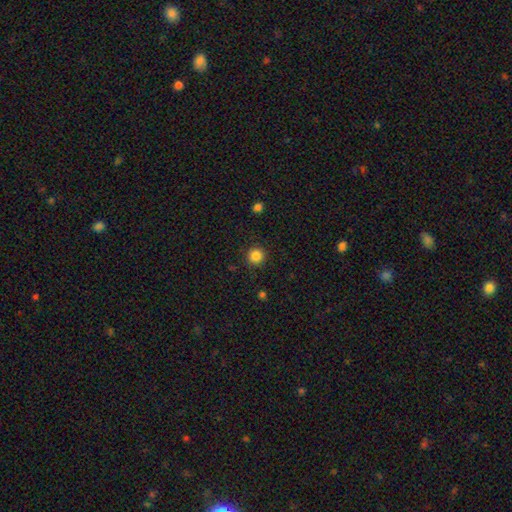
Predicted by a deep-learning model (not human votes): Smooth or featured?
  - smooth: 85% *
  - star or artifact: 11%
  - featured or disk: 4%
How rounded?
  - round: 95% *
  - in between: 4%
  - cigar-shaped: 1%
Merging?
  - none: 91% *
  - minor disturbance: 6%
  - major disturbance: 2%
  - merger: 1%